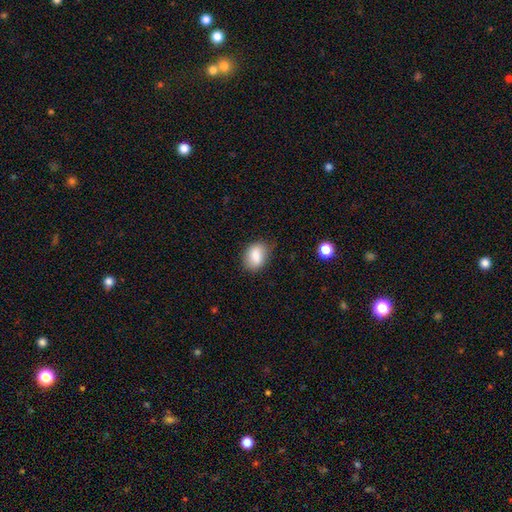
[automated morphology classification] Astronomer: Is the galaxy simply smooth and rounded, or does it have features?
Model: smooth — 83%.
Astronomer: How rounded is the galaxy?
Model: in between — 69%.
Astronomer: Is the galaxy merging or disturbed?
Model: none — 70%.